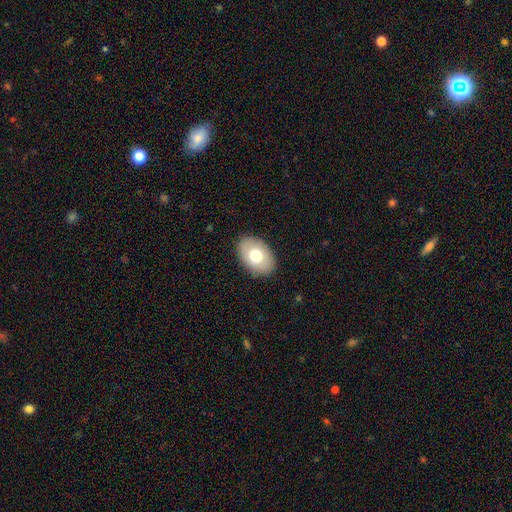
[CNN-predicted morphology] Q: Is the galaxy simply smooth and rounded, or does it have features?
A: smooth — 70%.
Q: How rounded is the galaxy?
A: in between — 85%.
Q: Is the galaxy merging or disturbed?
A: none — 86%.